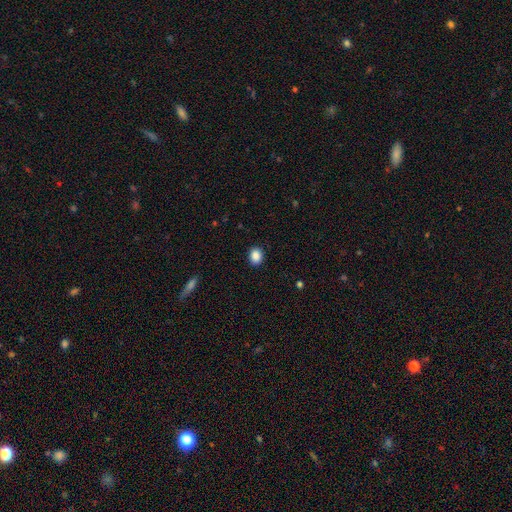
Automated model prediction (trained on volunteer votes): Overall: smooth (88%). How rounded: round (55%; in between 44%). Merging: none (90%).